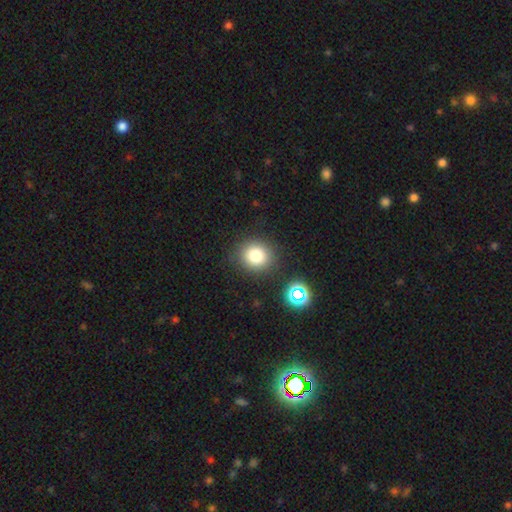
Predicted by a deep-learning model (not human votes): smooth-or-featured: smooth: 79% | star or artifact: 14% | featured or disk: 7%
  how-rounded: round: 86% | in between: 13% | cigar-shaped: 1%
  merging: none: 86% | minor disturbance: 8% | merger: 3% | major disturbance: 3%